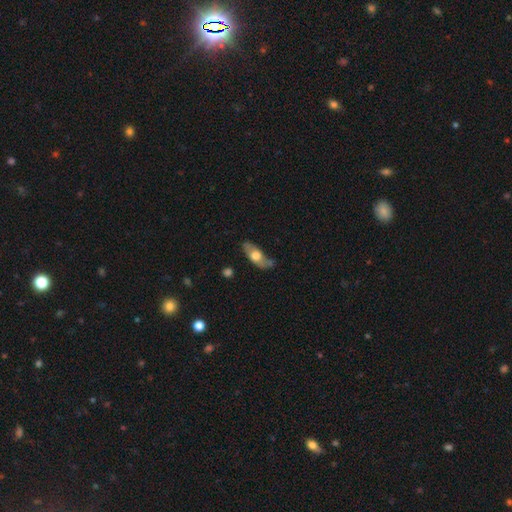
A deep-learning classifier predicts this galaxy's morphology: The model was most divided on "smooth or featured": smooth: 53%, featured or disk: 41%, star or artifact: 6%. More confident: how rounded — in between (75%); merging — none (60%).